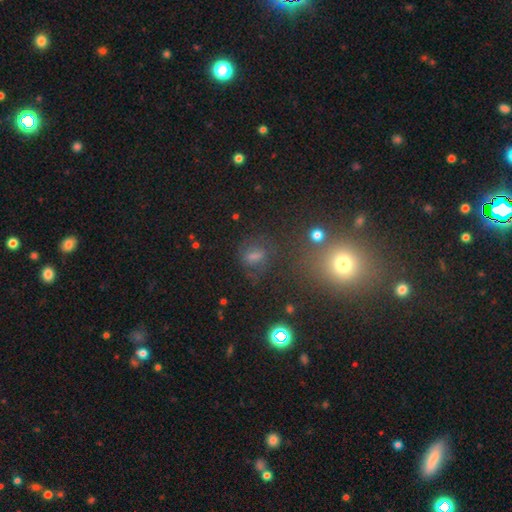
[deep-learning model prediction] The model was most divided on "how rounded" (2-way tie): in between: 48%, round: 48%, cigar-shaped: 4%. More confident: merging — none (68%); smooth or featured — smooth (53%).